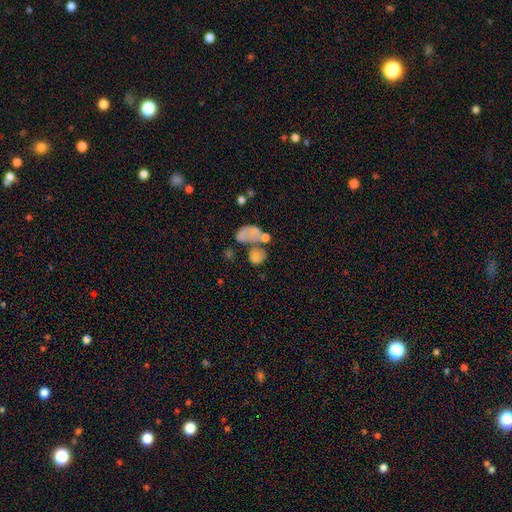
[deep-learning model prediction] A smooth galaxy with no disk features (61%) that is in between round and cigar-shaped (50%). Merging: merger (40%).